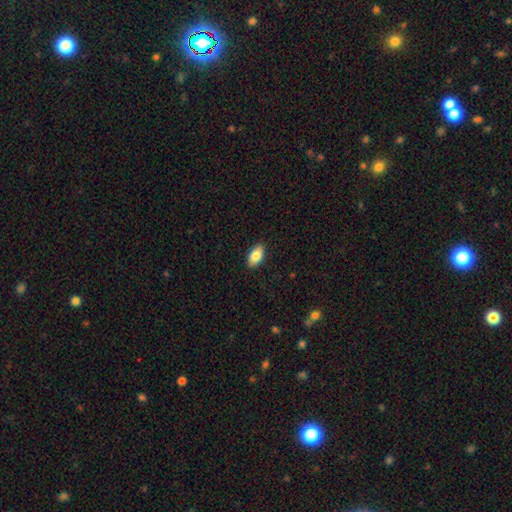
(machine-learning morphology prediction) smooth-or-featured: smooth: 83% | featured or disk: 10% | star or artifact: 7%
  how-rounded: in between: 92% | cigar-shaped: 4% | round: 4%
  merging: none: 89% | minor disturbance: 8% | major disturbance: 2% | merger: 1%